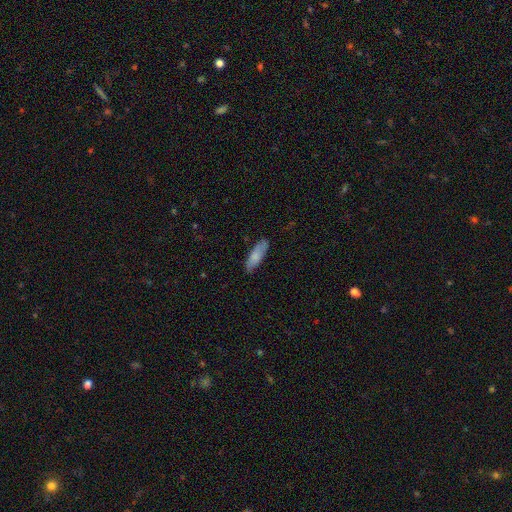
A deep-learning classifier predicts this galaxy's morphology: This appears to be a smooth galaxy with no disk features (78%) that is in between round and cigar-shaped (54%). Merging: none (82%).